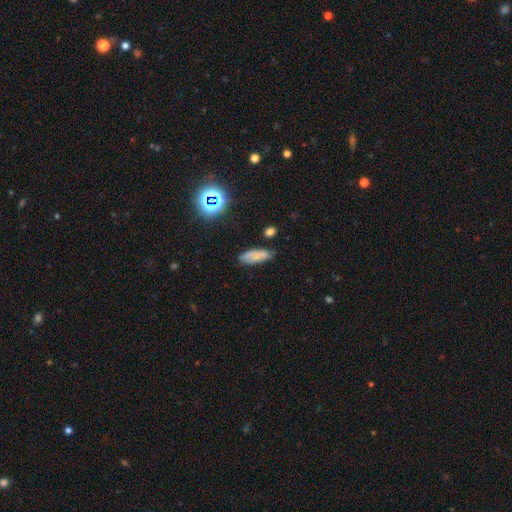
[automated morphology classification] smooth-or-featured: smooth: 71% | featured or disk: 15% | star or artifact: 14%
  how-rounded: in between: 69% | cigar-shaped: 28% | round: 3%
  merging: none: 64% | minor disturbance: 24% | major disturbance: 6% | merger: 5%